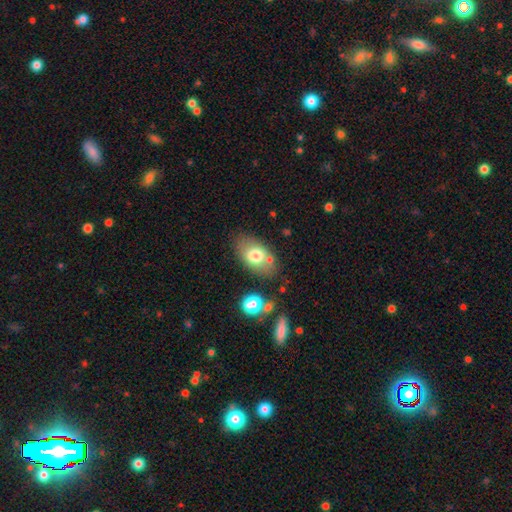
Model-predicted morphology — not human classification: smooth 72%, featured or disk 19%, star or artifact 9%. Down the decision tree: how rounded — in between (87%); merging — none (69%).